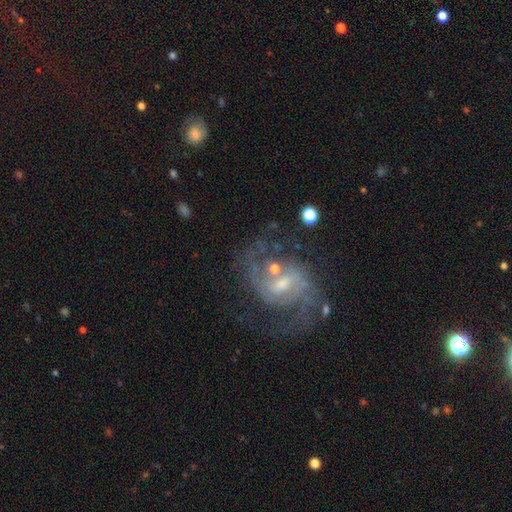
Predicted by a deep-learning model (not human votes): Q: Smooth or featured?
A: featured or disk (86%); runner-up: star or artifact (8%)
Q: Edge-on disk?
A: no (98%); runner-up: yes (2%)
Q: Bar?
A: weak (56%); runner-up: strong (23%)
Q: Spiral arms?
A: yes (95%); runner-up: no (5%)
Q: Spiral winding?
A: medium (53%); runner-up: loose (28%)
Q: Spiral arm count?
A: 2 (83%); runner-up: can't tell (7%)
Q: Bulge size?
A: small (54%); runner-up: moderate (36%)
Q: Merging?
A: none (64%); runner-up: minor disturbance (15%)